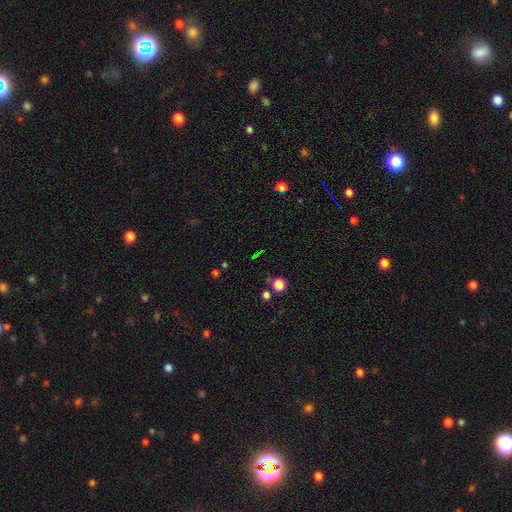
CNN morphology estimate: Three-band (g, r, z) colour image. It shows a star or artifact, not a galaxy (59%).